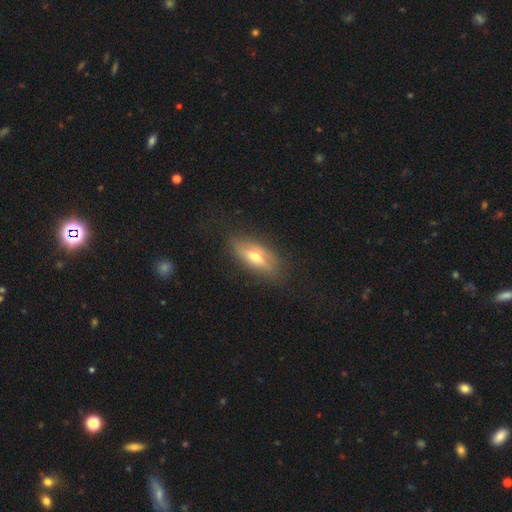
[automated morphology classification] Smooth or featured? featured or disk (47%)
Merging? none (82%)